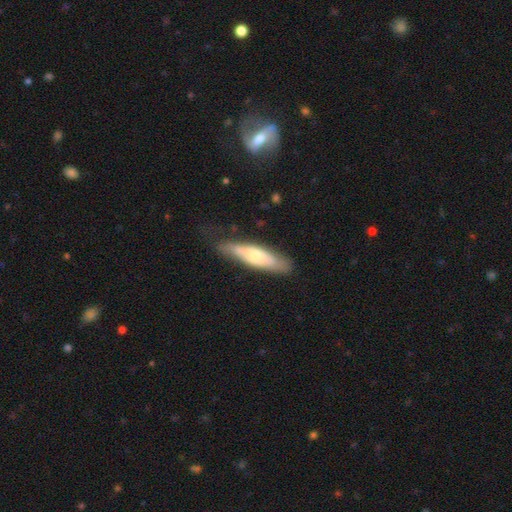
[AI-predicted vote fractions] Smooth or featured? Predicted: smooth (p=0.50). Merging? Predicted: none (p=0.68).